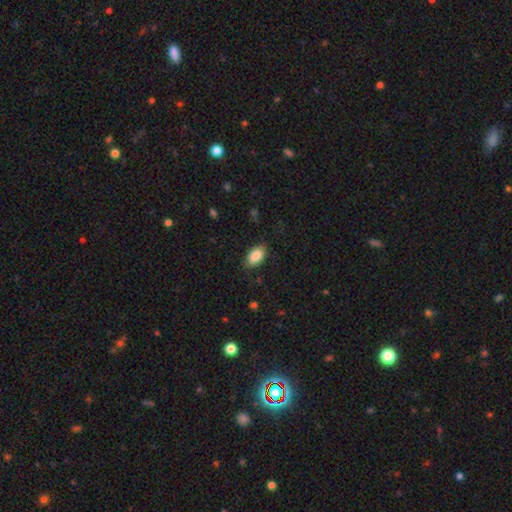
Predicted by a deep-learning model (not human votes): Smooth or featured? Predicted: smooth (p=0.87). How rounded? Predicted: in between (p=0.93). Merging? Predicted: none (p=0.83).